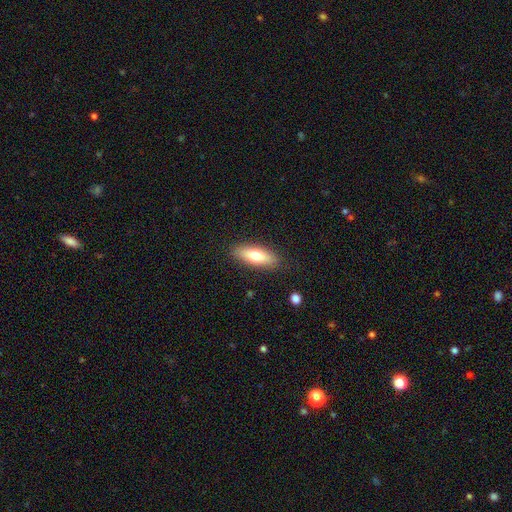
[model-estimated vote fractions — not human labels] This is likely a smooth galaxy (68%). How rounded: possibly in between (56%). Merging: clearly none (86%).